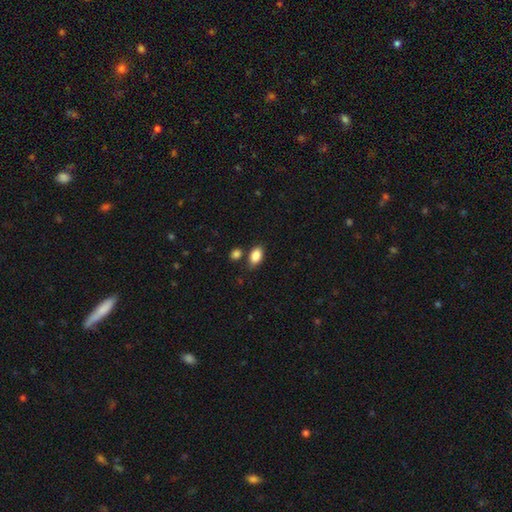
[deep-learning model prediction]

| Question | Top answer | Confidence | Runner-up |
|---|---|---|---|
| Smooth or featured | smooth | 87% | star or artifact (8%) |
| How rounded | in between | 90% | round (8%) |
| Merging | none | 75% | minor disturbance (13%) |